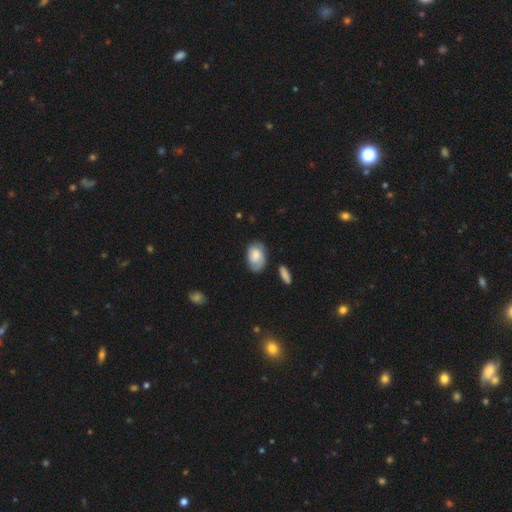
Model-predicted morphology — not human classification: Smooth or featured: smooth — 59% (featured or disk — 34%)
How rounded: in between — 85% (round — 14%)
Merging: none — 65% (minor disturbance — 25%)